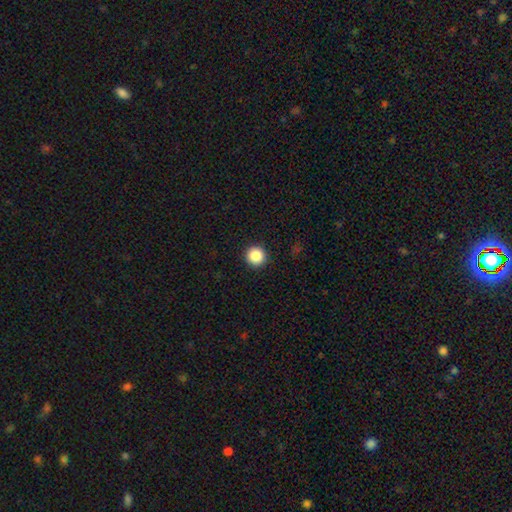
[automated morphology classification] A smooth galaxy with no disk features (87%) that is round (96%).

Vote fractions:
- Smooth or featured? smooth: 87% / star or artifact: 10% / featured or disk: 3%
- How rounded? round: 96% / in between: 3% / cigar-shaped: 1%
- Merging? none: 93% / minor disturbance: 4% / major disturbance: 2% / merger: 1%